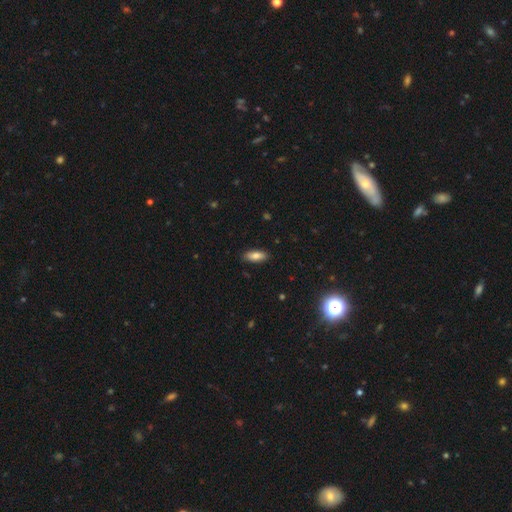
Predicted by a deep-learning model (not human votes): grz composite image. It shows a smooth galaxy with no disk features (80%) that is in between round and cigar-shaped (75%). Merging: none (87%).